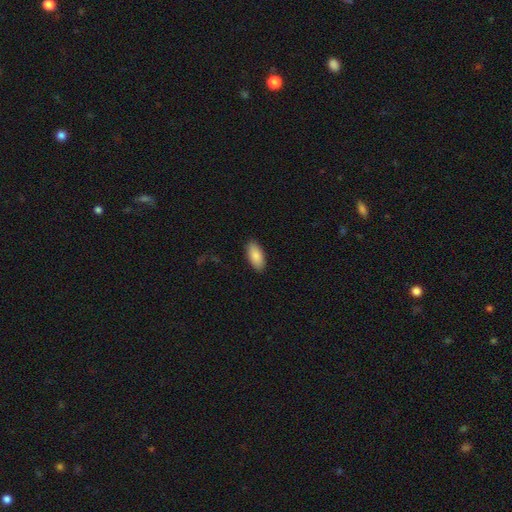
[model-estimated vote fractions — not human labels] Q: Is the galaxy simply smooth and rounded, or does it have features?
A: smooth — 87%.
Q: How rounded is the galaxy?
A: in between — 91%.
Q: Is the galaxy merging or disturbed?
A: none — 89%.